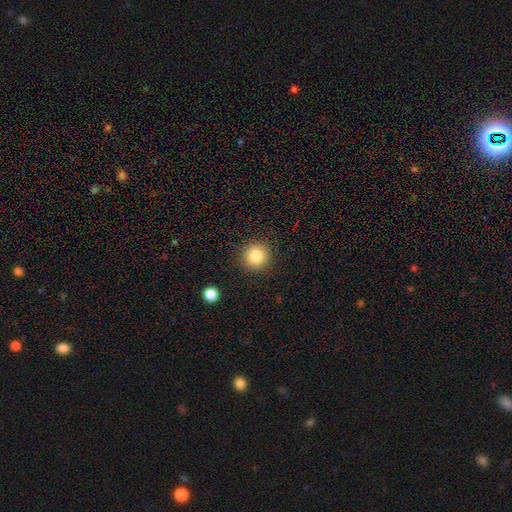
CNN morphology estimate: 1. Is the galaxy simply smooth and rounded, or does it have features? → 83% smooth, 11% star or artifact, 7% featured or disk.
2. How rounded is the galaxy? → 95% round, 4% in between, 1% cigar-shaped.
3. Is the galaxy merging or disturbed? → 90% none, 6% minor disturbance, 2% major disturbance, 1% merger.